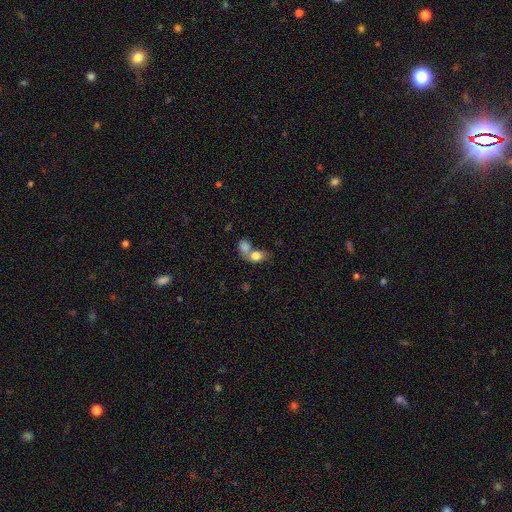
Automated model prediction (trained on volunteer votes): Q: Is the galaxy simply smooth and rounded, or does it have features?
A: smooth — 78%.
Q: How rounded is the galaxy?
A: in between — 67%.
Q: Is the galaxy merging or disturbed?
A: merger — 69%.